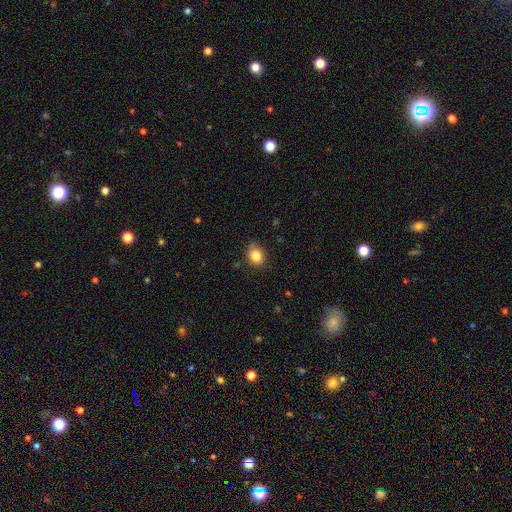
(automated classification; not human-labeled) Q: Smooth or featured?
A: smooth (84%); runner-up: star or artifact (10%)
Q: How rounded?
A: round (52%); runner-up: in between (47%)
Q: Merging?
A: none (81%); runner-up: minor disturbance (15%)